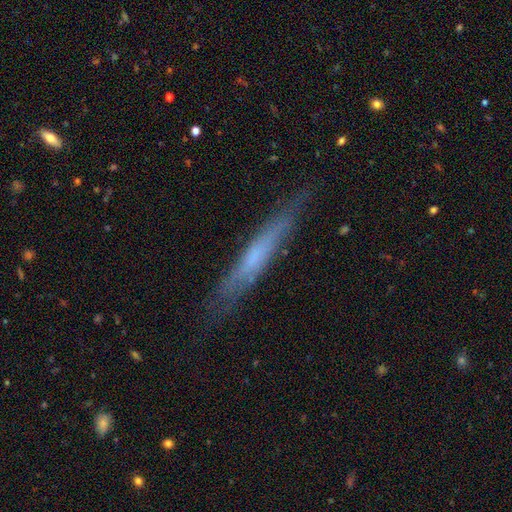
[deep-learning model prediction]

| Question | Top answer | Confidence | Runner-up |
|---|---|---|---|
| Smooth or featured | featured or disk | 49% | smooth (44%) |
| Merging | none | 81% | minor disturbance (15%) |